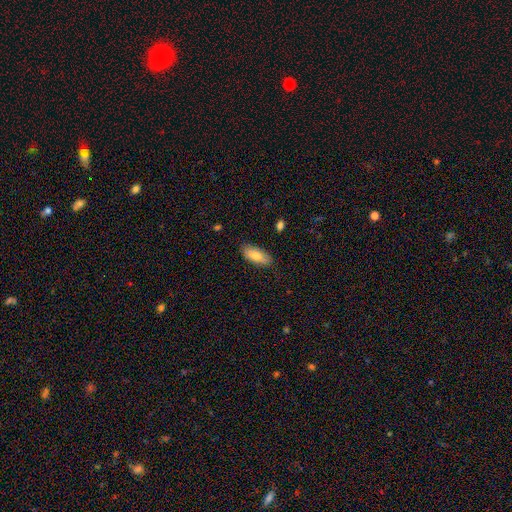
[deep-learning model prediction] Morphology: type=smooth (83%); roundness=in between (81%); merging=none (86%).